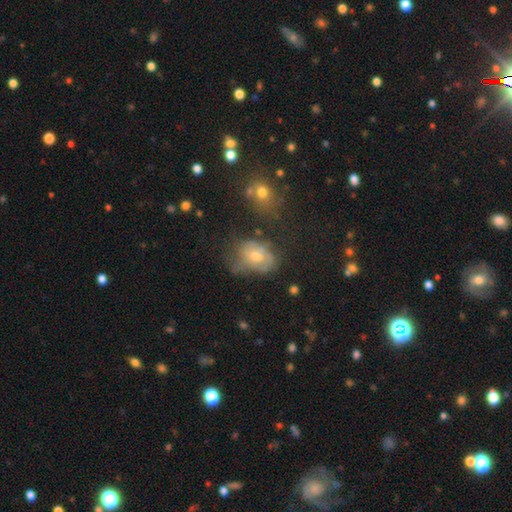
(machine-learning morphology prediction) Overall: smooth (45%; featured or disk 39%). Merging: none (41%; minor disturbance 31%).